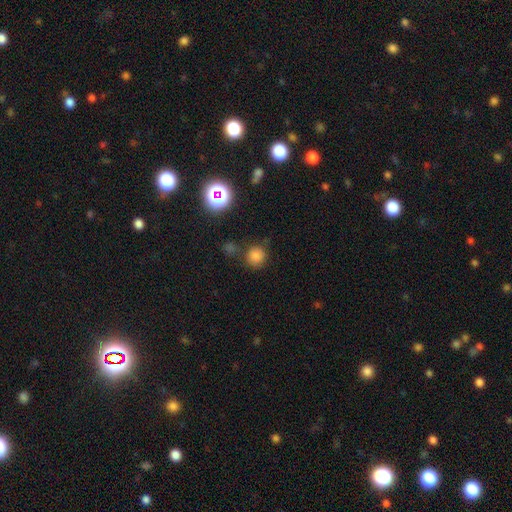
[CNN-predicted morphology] type=smooth (77%); roundness=round (89%); merging=none (73%).